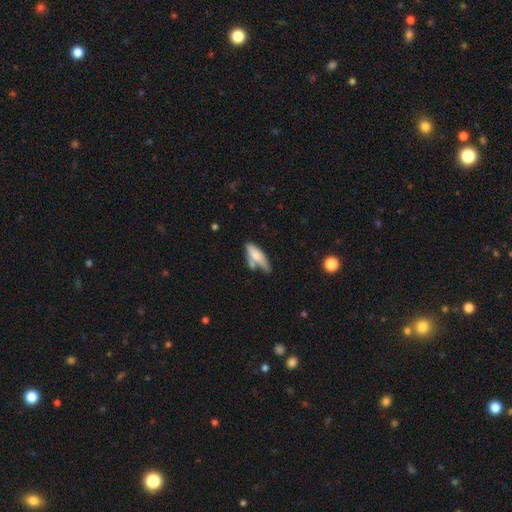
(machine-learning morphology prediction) A smooth galaxy with no disk features (69%) that is in between round and cigar-shaped (52%).

Vote fractions:
- Smooth or featured? smooth: 69% / featured or disk: 24% / star or artifact: 7%
- How rounded? in between: 52% / cigar-shaped: 46% / round: 2%
- Merging? none: 44% / minor disturbance: 23% / merger: 23% / major disturbance: 9%